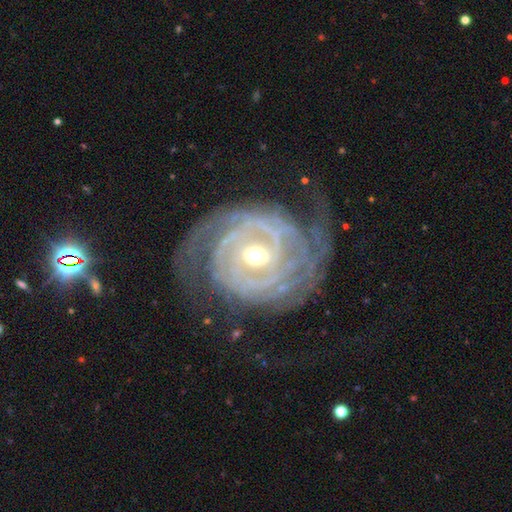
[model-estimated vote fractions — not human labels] A featured or disk galaxy (90%) with a weak bar (41%), 2 (35%) tight (68%) spiral arms (95%) and a moderate central bulge (62%). Merging: none (65%).